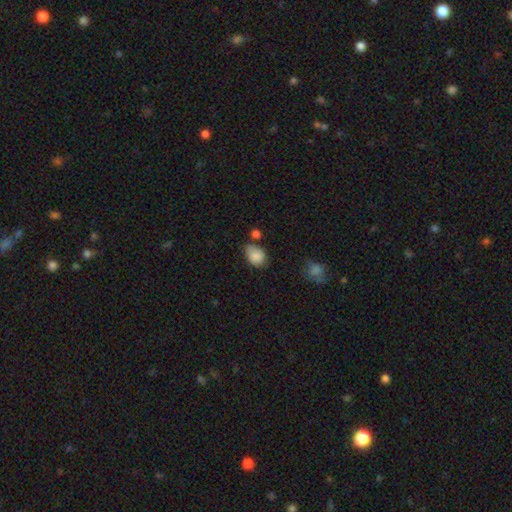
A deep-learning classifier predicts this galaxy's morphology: Smooth or featured? Predicted: smooth (p=0.85). How rounded? Predicted: in between (p=0.71). Merging? Predicted: none (p=0.51).